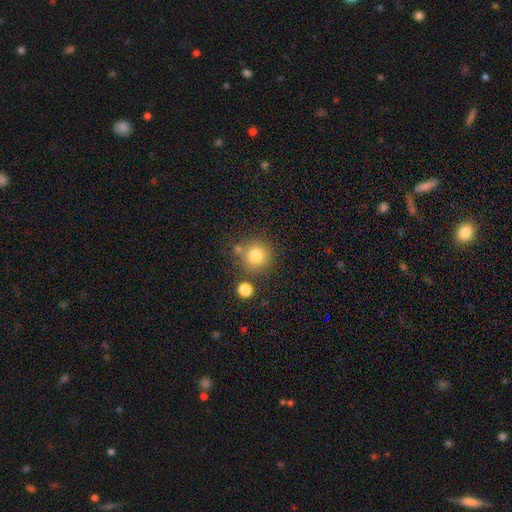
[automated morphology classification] The model was most divided on "merging": none: 74%, merger: 11%, minor disturbance: 11%, major disturbance: 4%. More confident: how rounded — round (93%); smooth or featured — smooth (79%).